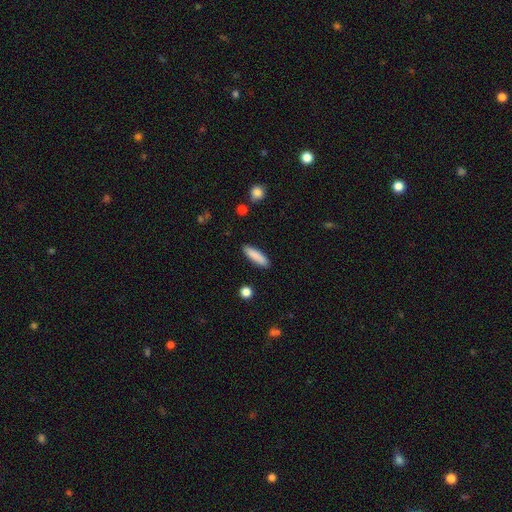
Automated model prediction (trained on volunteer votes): Smooth or featured? smooth (87%)
How rounded? cigar-shaped (70%)
Merging? none (89%)